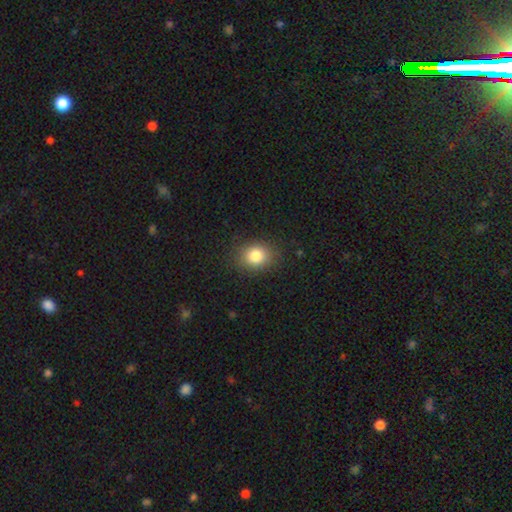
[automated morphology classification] This appears to be a smooth galaxy with no disk features (82%) that is round (64%). Merging: none (86%).